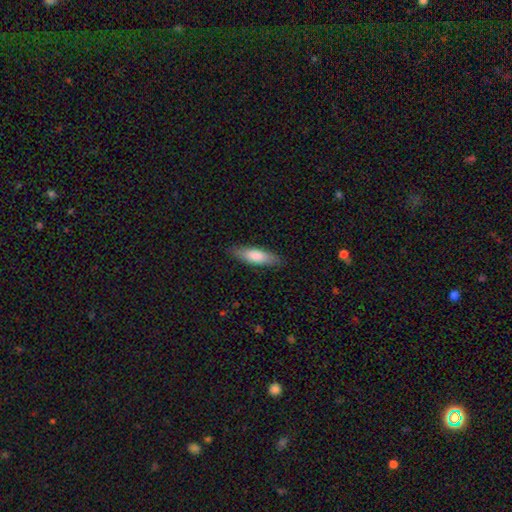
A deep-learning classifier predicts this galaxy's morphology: A smooth galaxy with no disk features (78%) that is cigar-shaped (56%). Merging: none (85%).